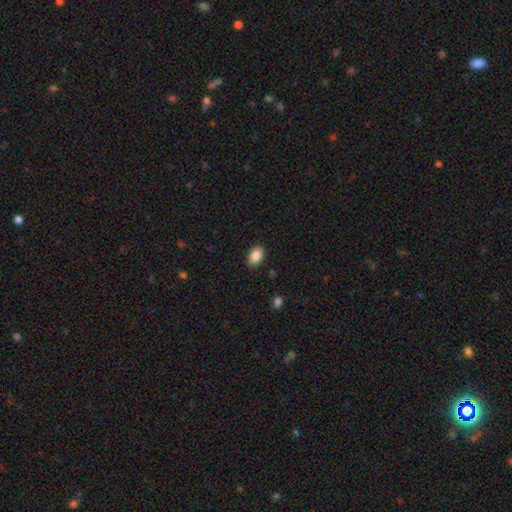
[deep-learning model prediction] This appears to be a smooth galaxy with no disk features (88%) that is in between round and cigar-shaped (87%). Merging: none (87%).